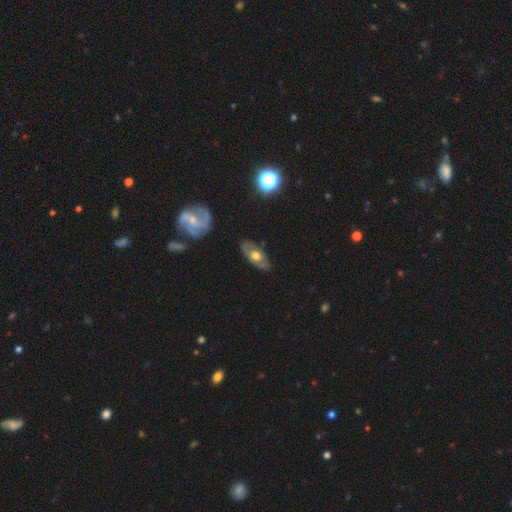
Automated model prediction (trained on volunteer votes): The model was most divided on "smooth or featured": featured or disk: 52%, smooth: 41%, star or artifact: 7%. More confident: merging — none (82%); edge-on disk — no (79%).